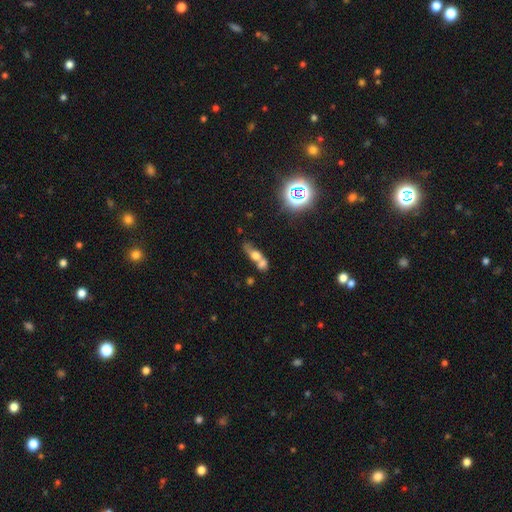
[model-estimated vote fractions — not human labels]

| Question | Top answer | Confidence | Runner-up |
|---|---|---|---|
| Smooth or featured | smooth | 50% | featured or disk (34%) |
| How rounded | in between | 53% | cigar-shaped (24%) |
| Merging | merger | 62% | none (23%) |